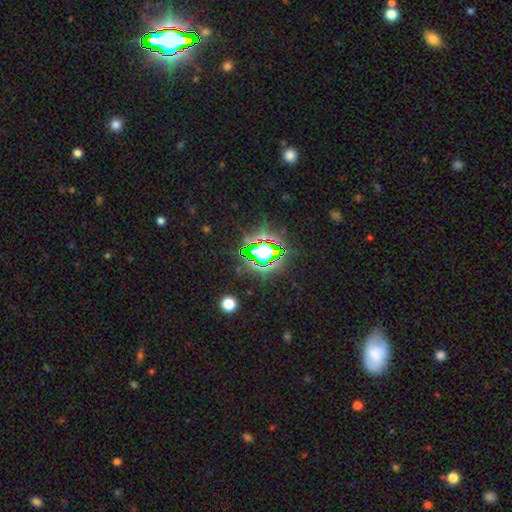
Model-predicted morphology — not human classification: Smooth or featured? Predicted: star or artifact (p=0.79).